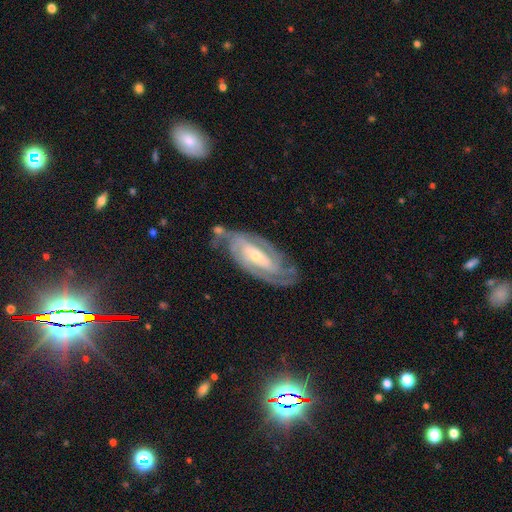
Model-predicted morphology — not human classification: Overall: featured or disk (89%). Edge-on disk: no (94%). Bar: no (39%; weak 36%). Spiral arms: yes (97%). Spiral arm count: 2 (50%; 3 20%). Spiral winding: tight (67%; medium 28%). Bulge size: small (57%; moderate 39%). Merging: none (70%).